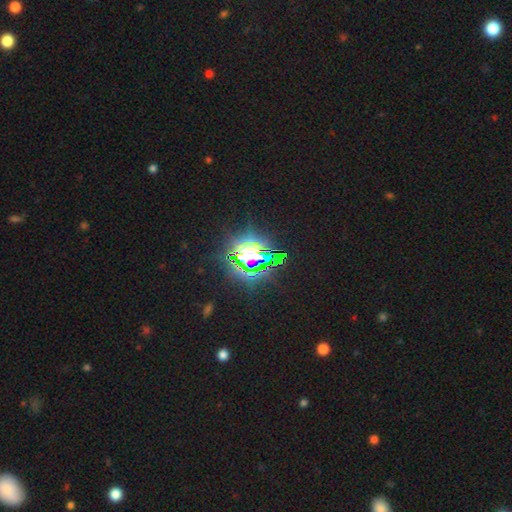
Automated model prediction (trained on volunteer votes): Morphology: type=star or artifact (80%).